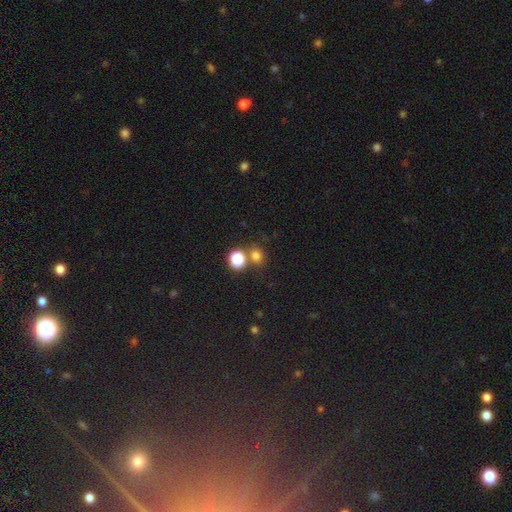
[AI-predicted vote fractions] Overall: smooth (74%). How rounded: round (73%). Merging: none (65%).